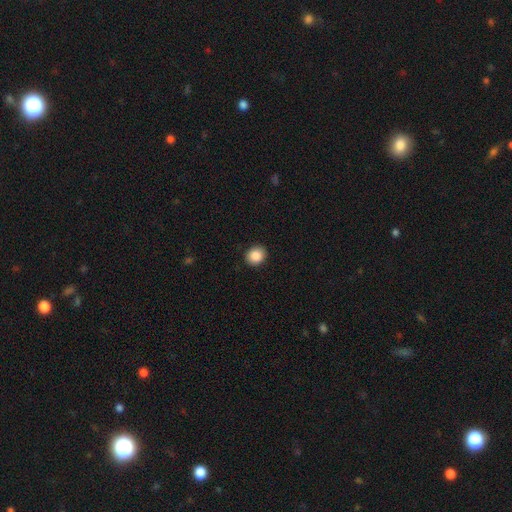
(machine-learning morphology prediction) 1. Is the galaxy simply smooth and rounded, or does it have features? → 89% smooth, 8% star or artifact, 3% featured or disk.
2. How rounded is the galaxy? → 69% round, 30% in between, 1% cigar-shaped.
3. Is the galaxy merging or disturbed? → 90% none, 7% minor disturbance, 2% major disturbance, 1% merger.